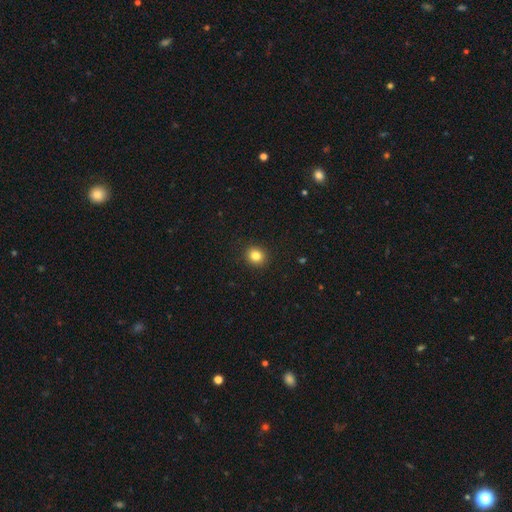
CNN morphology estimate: type=smooth (83%); roundness=round (83%); merging=none (92%).